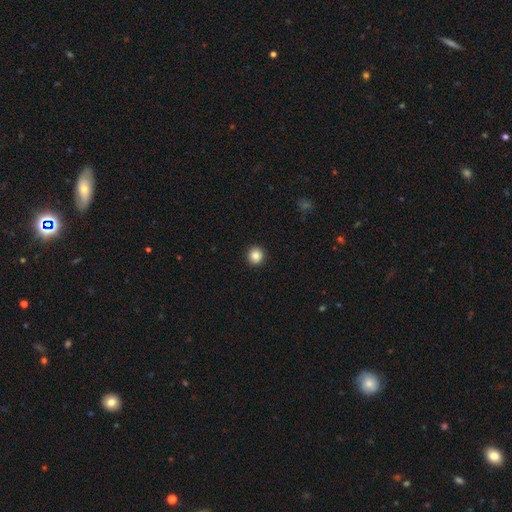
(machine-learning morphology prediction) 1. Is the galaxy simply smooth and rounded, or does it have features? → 85% smooth, 10% star or artifact, 5% featured or disk.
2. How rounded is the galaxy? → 94% round, 5% in between, 1% cigar-shaped.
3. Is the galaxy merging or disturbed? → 93% none, 4% minor disturbance, 1% major disturbance, 1% merger.